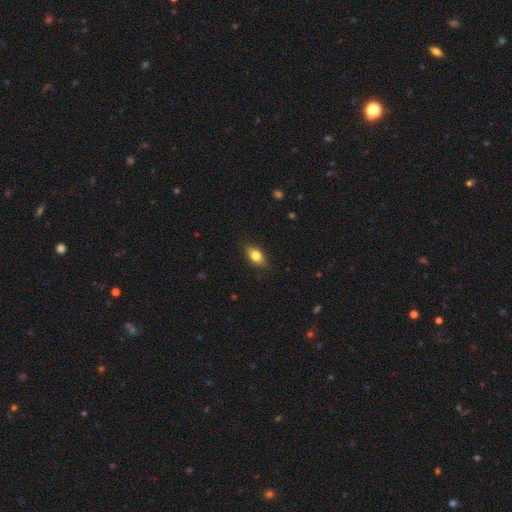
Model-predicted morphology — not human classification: This appears to be a smooth galaxy with no disk features (80%) that is in between round and cigar-shaped (85%). Merging: none (86%).